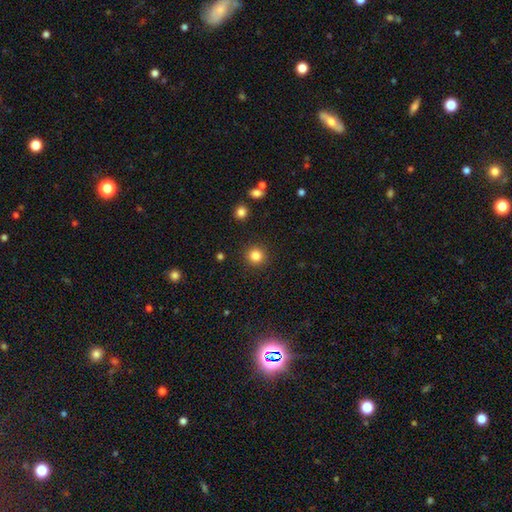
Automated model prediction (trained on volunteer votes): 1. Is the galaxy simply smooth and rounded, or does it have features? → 84% smooth, 12% star or artifact, 4% featured or disk.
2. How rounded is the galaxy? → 94% round, 5% in between, 1% cigar-shaped.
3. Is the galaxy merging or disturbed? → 91% none, 5% minor disturbance, 2% major disturbance, 1% merger.